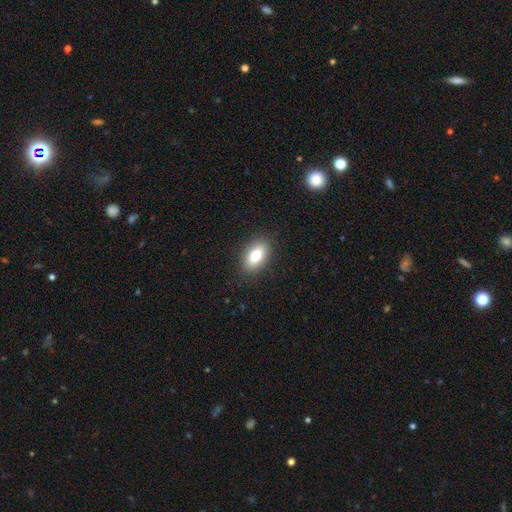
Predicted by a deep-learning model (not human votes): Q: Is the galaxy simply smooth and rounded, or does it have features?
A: smooth — 76%.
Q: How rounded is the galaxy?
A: in between — 88%.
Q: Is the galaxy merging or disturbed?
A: none — 88%.